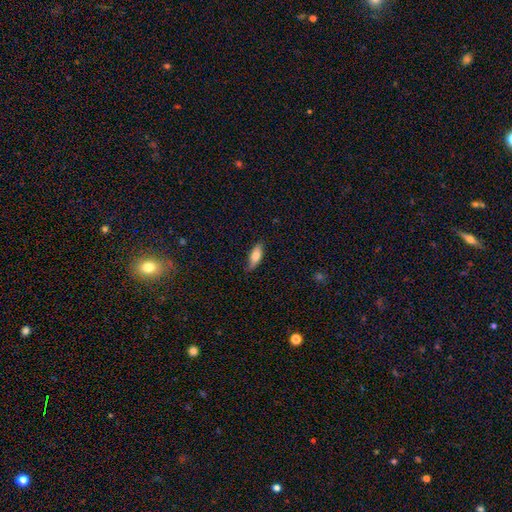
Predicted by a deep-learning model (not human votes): This appears to be a smooth galaxy with no disk features (73%) that is in between round and cigar-shaped (68%). Merging: none (77%).